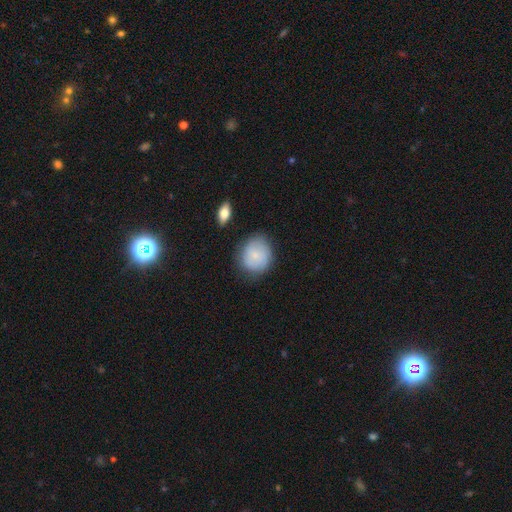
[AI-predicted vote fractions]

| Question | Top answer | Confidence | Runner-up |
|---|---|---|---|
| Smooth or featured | smooth | 72% | featured or disk (21%) |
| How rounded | round | 79% | in between (20%) |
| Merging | none | 74% | minor disturbance (19%) |